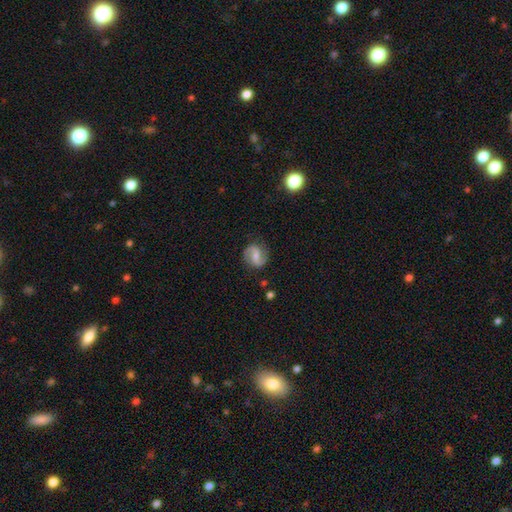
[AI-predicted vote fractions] Morphology: type=featured or disk (70%); edge-on=no (97%); bar=weak (44%); spiral arms=yes (91%); winding=loose (43%); arm count=2 (91%); bulge=moderate (50%); merging=none (85%).